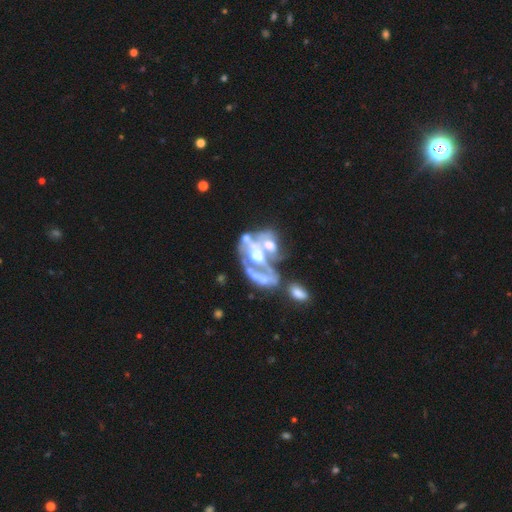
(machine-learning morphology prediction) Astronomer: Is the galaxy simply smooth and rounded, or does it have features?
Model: featured or disk — 73%.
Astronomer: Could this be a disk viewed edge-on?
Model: no — 96%.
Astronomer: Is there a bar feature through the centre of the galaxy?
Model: no — 81%.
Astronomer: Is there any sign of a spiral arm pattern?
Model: no — 79%.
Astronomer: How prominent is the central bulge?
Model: moderate — 42% (runner-up: none, 28%).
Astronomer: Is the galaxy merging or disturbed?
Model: merger — 54%.